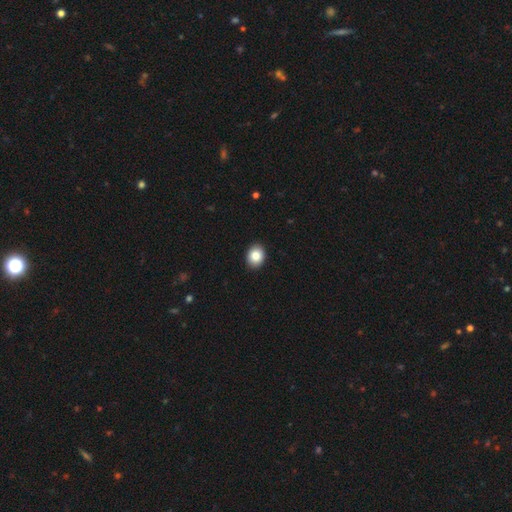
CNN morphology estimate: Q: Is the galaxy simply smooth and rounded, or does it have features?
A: smooth — 84%.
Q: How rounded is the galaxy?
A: round — 50%.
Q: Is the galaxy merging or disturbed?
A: none — 92%.